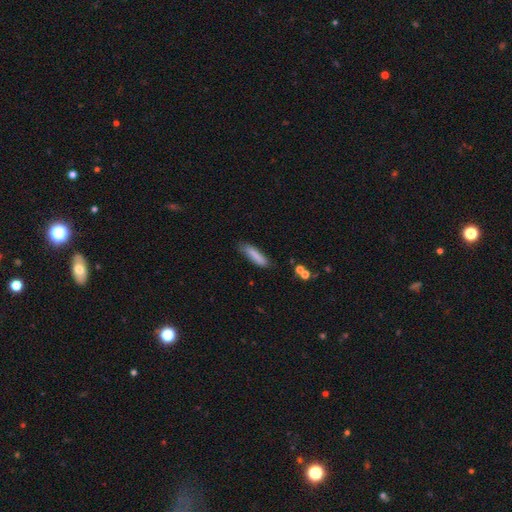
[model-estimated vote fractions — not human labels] A smooth galaxy with no disk features (84%) that is cigar-shaped (72%). Merging: none (76%).